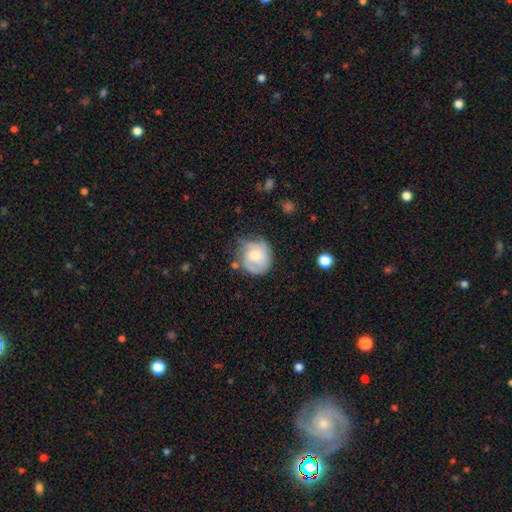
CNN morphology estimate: type=featured or disk (48%); merging=none (54%).